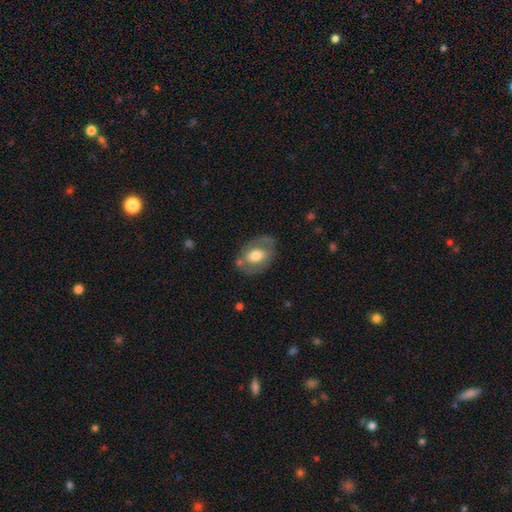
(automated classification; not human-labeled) Smooth or featured? Predicted: featured or disk (p=0.47, tied with smooth). Merging? Predicted: none (p=0.70).